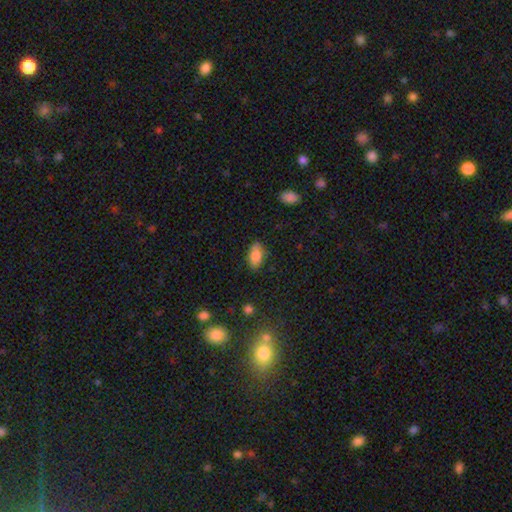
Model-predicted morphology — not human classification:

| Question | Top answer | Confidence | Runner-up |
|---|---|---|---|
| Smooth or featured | smooth | 80% | featured or disk (11%) |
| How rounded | in between | 91% | round (5%) |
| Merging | none | 76% | minor disturbance (19%) |